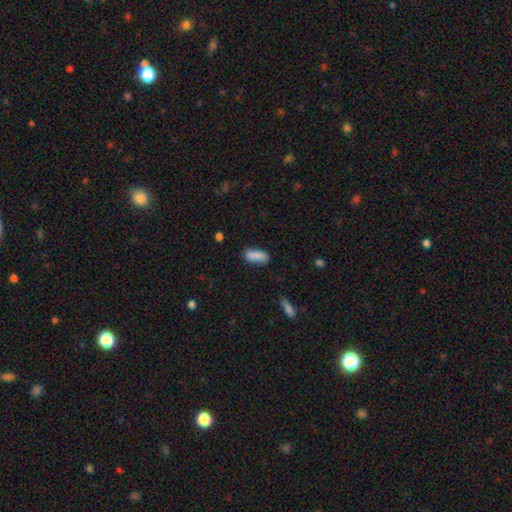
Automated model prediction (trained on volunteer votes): smooth_or_featured: smooth (p=0.85) [alt: featured or disk p=0.08]
how_rounded: in between (p=0.75) [alt: cigar-shaped p=0.22]
merging: none (p=0.76) [alt: minor disturbance p=0.17]